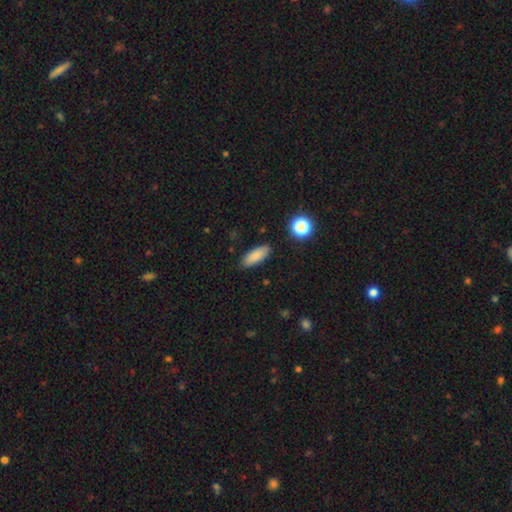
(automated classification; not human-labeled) Smooth or featured?
  - smooth: 84% *
  - star or artifact: 9%
  - featured or disk: 7%
How rounded?
  - in between: 74% *
  - cigar-shaped: 23%
  - round: 3%
Merging?
  - none: 86% *
  - minor disturbance: 10%
  - major disturbance: 2%
  - merger: 2%